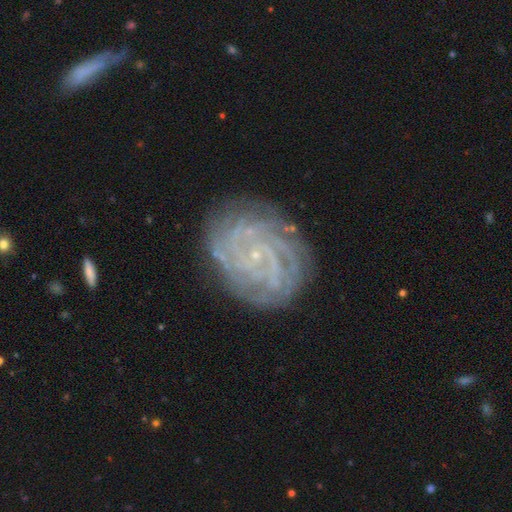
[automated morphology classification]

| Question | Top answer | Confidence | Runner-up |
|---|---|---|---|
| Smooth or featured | featured or disk | 88% | star or artifact (6%) |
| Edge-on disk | no | 98% | yes (2%) |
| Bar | no | 71% | weak (22%) |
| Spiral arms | yes | 98% | no (2%) |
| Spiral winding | tight | 81% | medium (16%) |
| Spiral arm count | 4 | 25% | can't tell (20%) |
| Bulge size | small | 88% | moderate (6%) |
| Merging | none | 81% | minor disturbance (13%) |